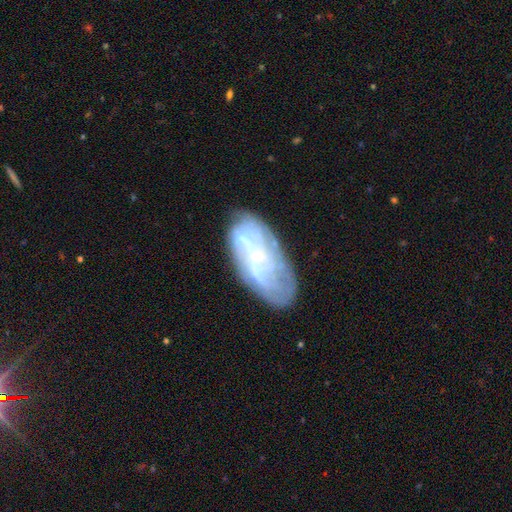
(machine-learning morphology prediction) Smooth or featured? featured or disk (69%)
Edge-on disk? no (93%)
Bar? no (67%)
Spiral arms? yes (58%)
Bulge size? small (72%)
Merging? none (59%)